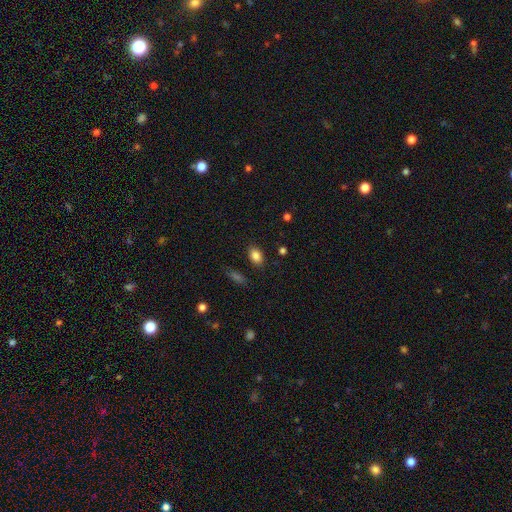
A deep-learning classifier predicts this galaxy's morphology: The model was most divided on "how rounded": in between: 82%, round: 17%, cigar-shaped: 2%. More confident: merging — none (85%); smooth or featured — smooth (85%).